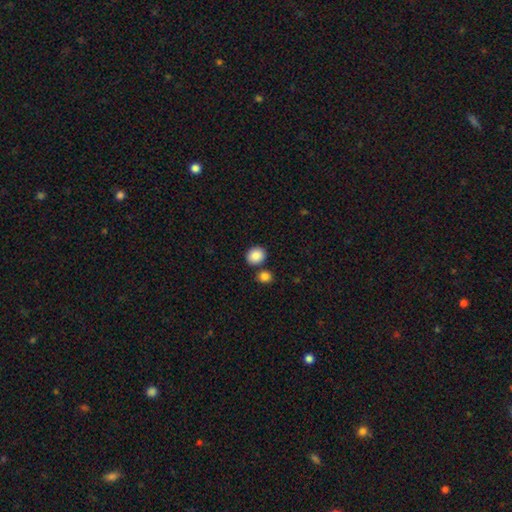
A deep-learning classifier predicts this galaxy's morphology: A smooth galaxy with no disk features (88%) that is round (65%).

Vote fractions:
- Smooth or featured? smooth: 88% / star or artifact: 8% / featured or disk: 4%
- How rounded? round: 65% / in between: 34% / cigar-shaped: 1%
- Merging? none: 78% / merger: 11% / minor disturbance: 8% / major disturbance: 2%